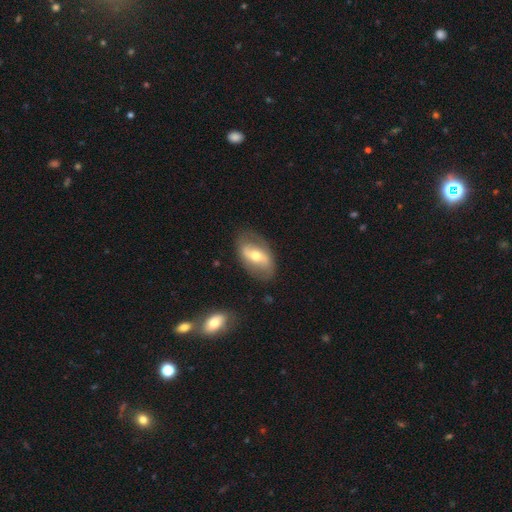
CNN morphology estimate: This is likely a featured or disk galaxy (61%). It is clearly not viewed edge-on (90%). Bar: marginally strong (41%). Spiral arm pattern: possibly yes (58%). Central bulge: likely moderate (67%). Merging: likely none (75%).